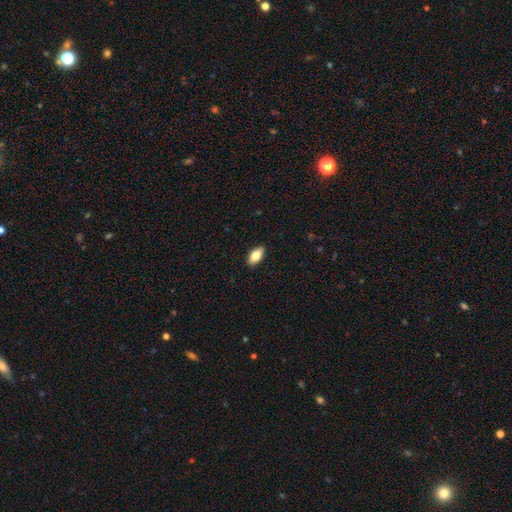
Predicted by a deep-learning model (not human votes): smooth_or_featured: smooth (p=0.80) [alt: featured or disk p=0.13]
how_rounded: in between (p=0.90) [alt: cigar-shaped p=0.07]
merging: none (p=0.90) [alt: minor disturbance p=0.08]